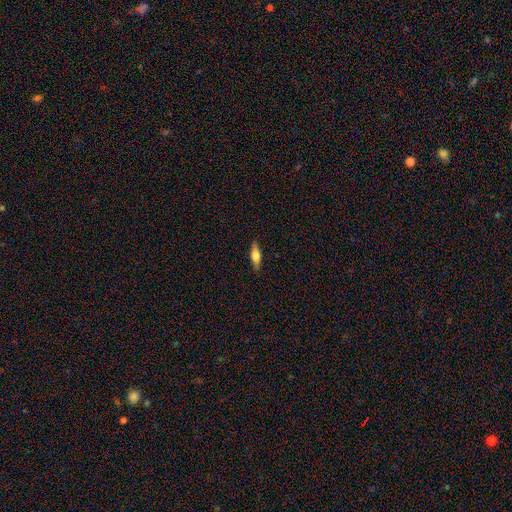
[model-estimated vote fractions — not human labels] This is possibly a smooth galaxy (49%). Merging: clearly none (88%).